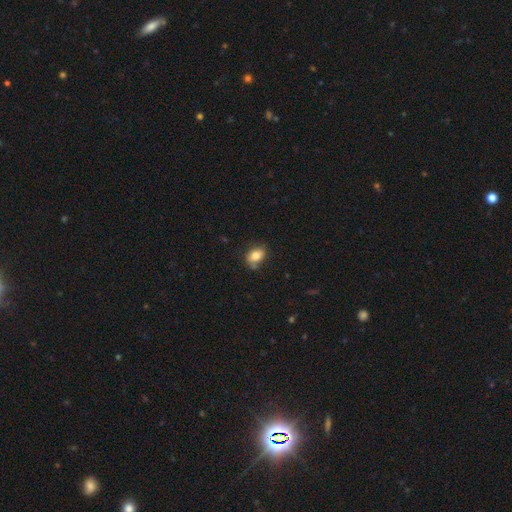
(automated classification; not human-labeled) A smooth galaxy with no disk features (80%) that is in between round and cigar-shaped (78%). Merging: none (63%).